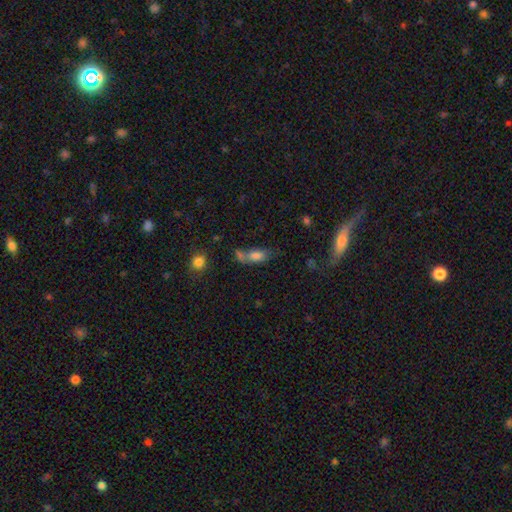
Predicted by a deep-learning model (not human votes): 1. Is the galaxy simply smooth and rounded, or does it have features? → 73% smooth, 16% featured or disk, 12% star or artifact.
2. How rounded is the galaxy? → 79% in between, 16% cigar-shaped, 5% round.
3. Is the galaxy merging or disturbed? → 37% none, 32% merger, 20% minor disturbance, 11% major disturbance.